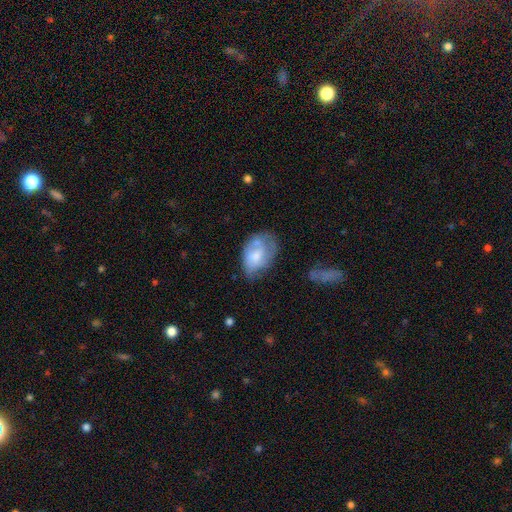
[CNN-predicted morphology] Q: Smooth or featured?
A: smooth (56%); runner-up: featured or disk (37%)
Q: How rounded?
A: in between (84%); runner-up: round (15%)
Q: Merging?
A: none (42%); runner-up: minor disturbance (33%)